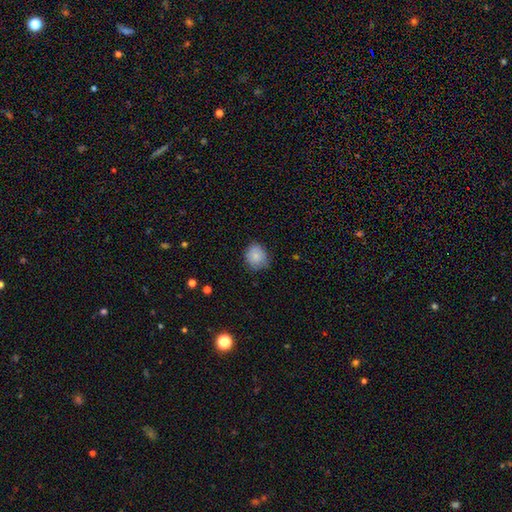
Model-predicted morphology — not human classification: This appears to be a smooth galaxy with no disk features (84%) that is round (75%). Merging: none (74%).